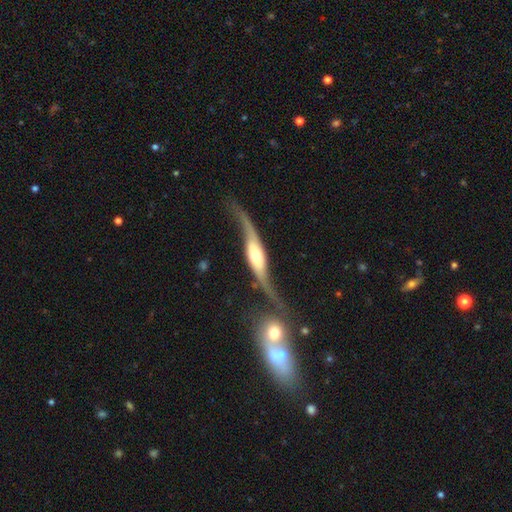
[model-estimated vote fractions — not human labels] A featured or disk galaxy (78%).

Vote fractions:
- Smooth or featured? featured or disk: 78% / smooth: 17% / star or artifact: 5%
- Edge-on disk? no: 53% / yes: 47%
- Merging? none: 42% / minor disturbance: 22% / major disturbance: 21% / merger: 14%